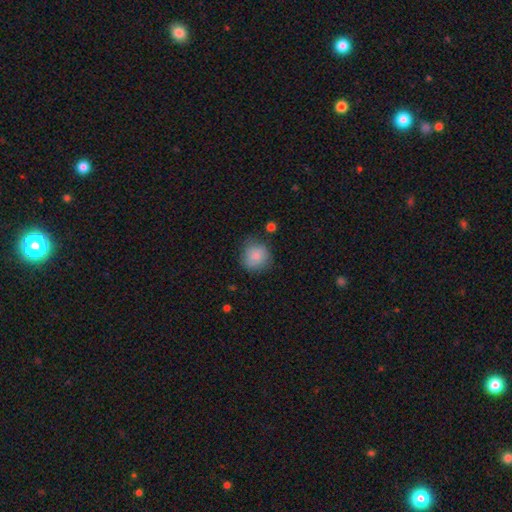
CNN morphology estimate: Smooth or featured? smooth (84%)
How rounded? round (85%)
Merging? none (71%)